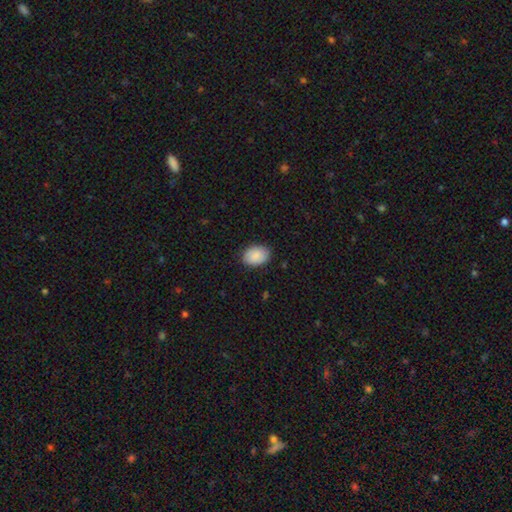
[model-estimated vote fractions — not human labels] This appears to be a smooth galaxy with no disk features (88%) that is in between round and cigar-shaped (80%). Merging: none (84%).